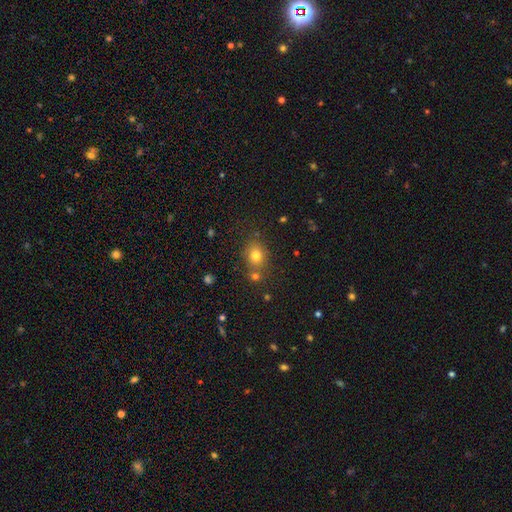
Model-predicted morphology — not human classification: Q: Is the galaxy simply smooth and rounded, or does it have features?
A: smooth — 76%.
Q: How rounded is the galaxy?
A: round — 61%.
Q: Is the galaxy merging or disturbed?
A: none — 70%.